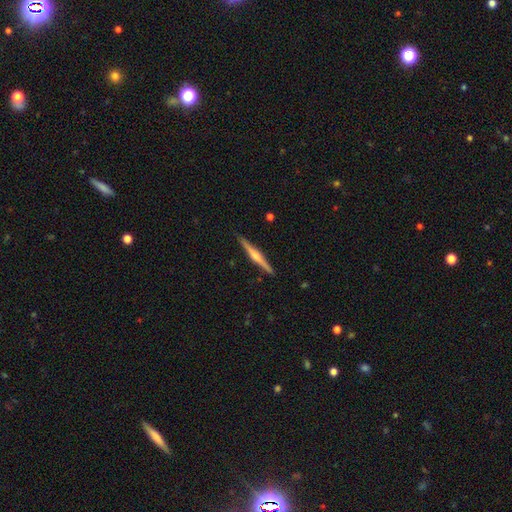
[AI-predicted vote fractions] Overall: featured or disk (75%). Edge-on disk: yes (98%). Edge-on bulge: rounded (84%). Merging: none (91%).